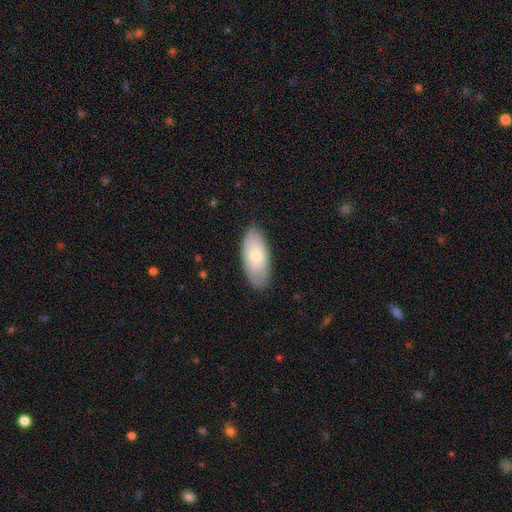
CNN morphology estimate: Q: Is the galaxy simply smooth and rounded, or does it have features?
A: smooth — 67%.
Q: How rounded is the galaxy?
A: in between — 90%.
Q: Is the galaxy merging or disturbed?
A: none — 84%.